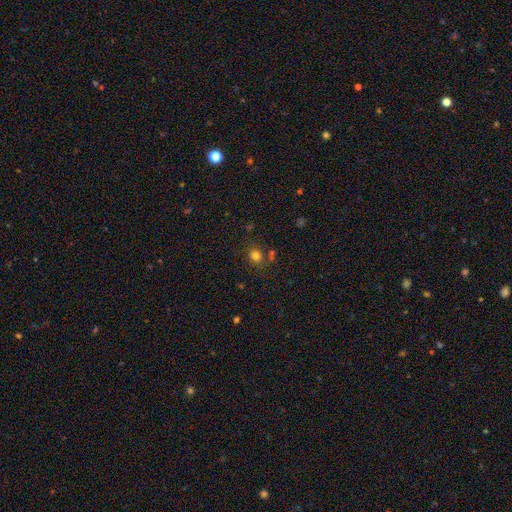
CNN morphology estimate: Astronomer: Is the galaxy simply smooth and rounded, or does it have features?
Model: smooth — 78%.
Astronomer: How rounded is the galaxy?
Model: round — 74%.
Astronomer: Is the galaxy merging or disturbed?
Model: none — 77%.